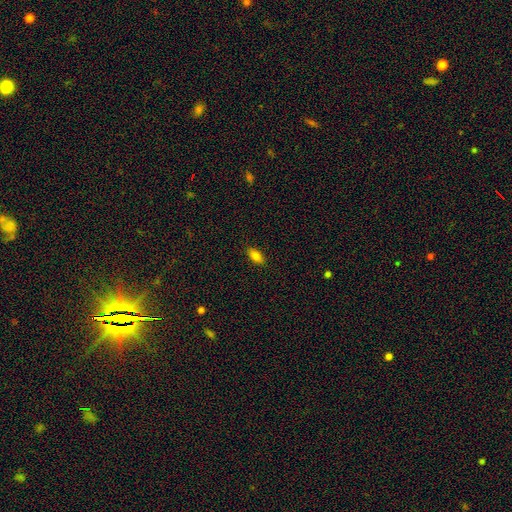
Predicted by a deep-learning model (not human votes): Smooth or featured? Predicted: smooth (p=0.81). How rounded? Predicted: in between (p=0.88). Merging? Predicted: none (p=0.88).